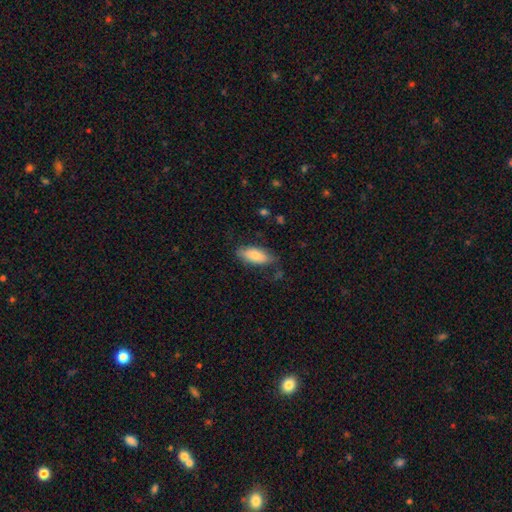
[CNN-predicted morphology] Overall: smooth (80%). How rounded: in between (84%). Merging: none (66%).